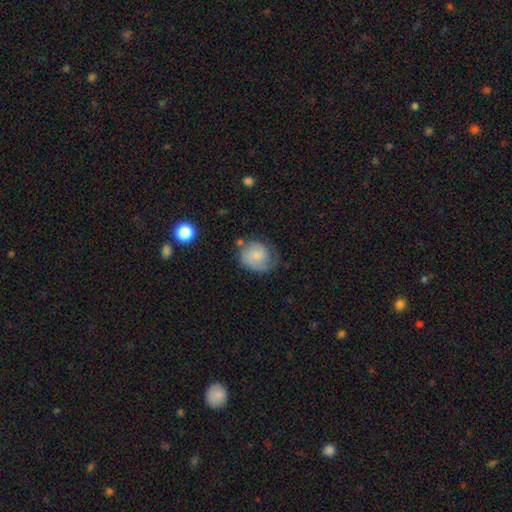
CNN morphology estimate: Smooth or featured: smooth — 64% (featured or disk — 29%)
How rounded: round — 67% (in between — 32%)
Merging: none — 50% (minor disturbance — 31%)